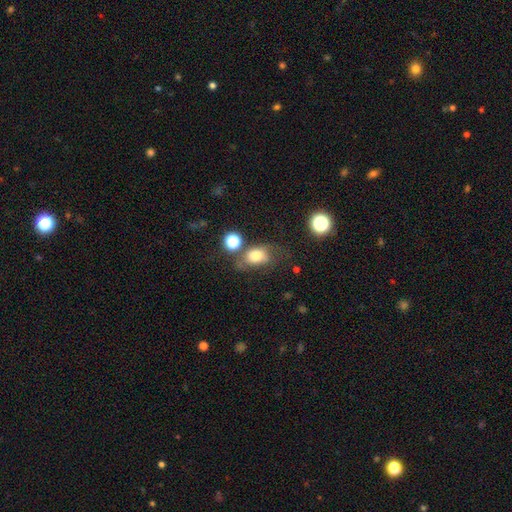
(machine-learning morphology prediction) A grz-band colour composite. It shows a smooth galaxy with no disk features (71%) that is in between round and cigar-shaped (67%). Merging: none (41%).